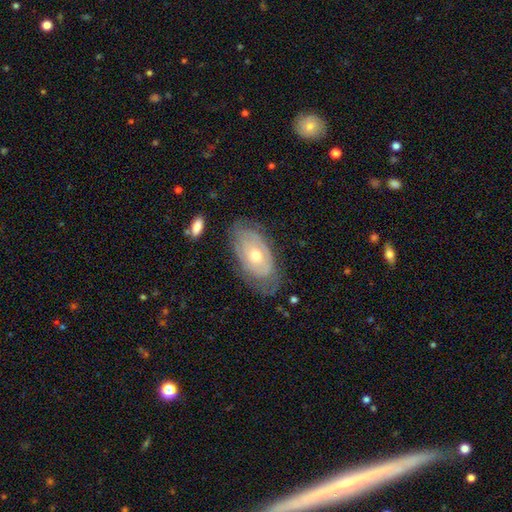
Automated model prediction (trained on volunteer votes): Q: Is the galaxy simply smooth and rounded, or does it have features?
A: featured or disk — 69%.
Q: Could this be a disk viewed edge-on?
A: no — 92%.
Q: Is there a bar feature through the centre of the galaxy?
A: no — 83%.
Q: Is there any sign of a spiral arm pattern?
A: yes — 72%.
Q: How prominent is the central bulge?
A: moderate — 58%.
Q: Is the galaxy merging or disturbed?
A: none — 67%.